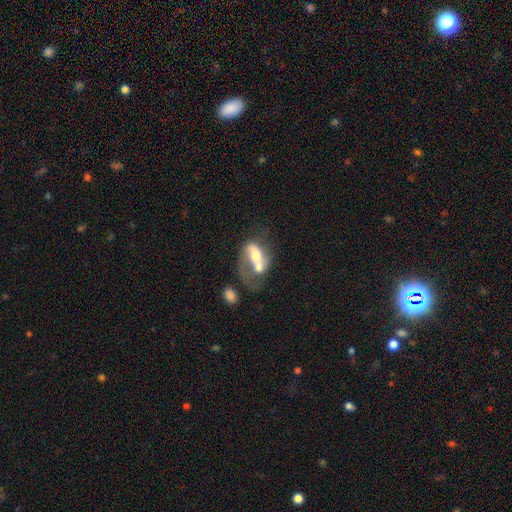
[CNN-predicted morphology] This is possibly a featured or disk galaxy (57%). It is clearly not viewed edge-on (93%). Bar: possibly no (51%). Spiral arm pattern: possibly yes (54%). Central bulge: possibly moderate (59%). Merging: possibly merger (54%).